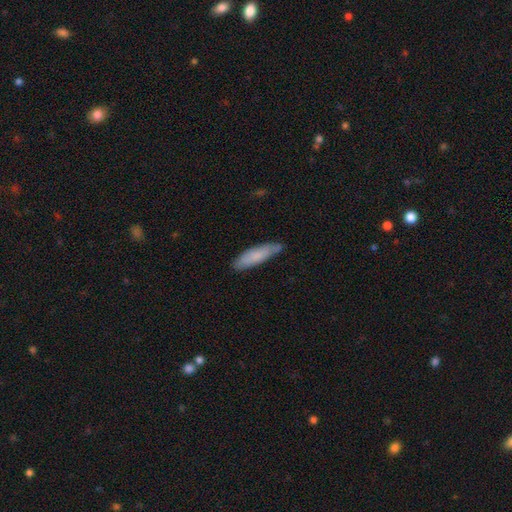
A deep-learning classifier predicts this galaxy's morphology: A smooth galaxy with no disk features (75%) that is cigar-shaped (71%).

Vote fractions:
- Smooth or featured? smooth: 75% / featured or disk: 19% / star or artifact: 6%
- How rounded? cigar-shaped: 71% / in between: 28% / round: 1%
- Merging? none: 79% / minor disturbance: 17% / major disturbance: 3% / merger: 2%